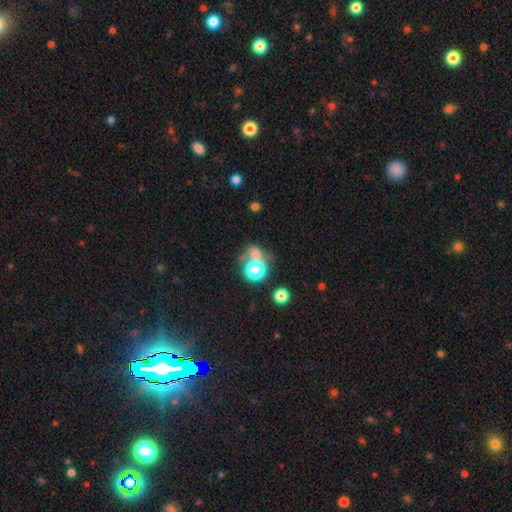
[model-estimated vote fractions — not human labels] This is likely a smooth galaxy (61%). How rounded: likely round (68%). Merging: marginally merger (42%).